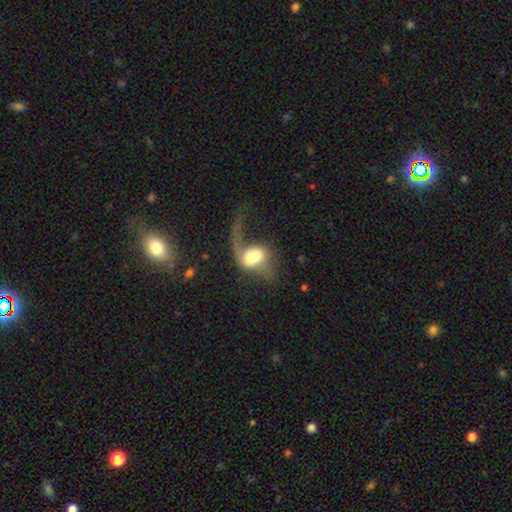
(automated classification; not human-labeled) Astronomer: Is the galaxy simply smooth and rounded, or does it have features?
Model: featured or disk — 48% (runner-up: smooth, 43%).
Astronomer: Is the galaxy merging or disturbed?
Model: merger — 52% (runner-up: major disturbance, 29%).